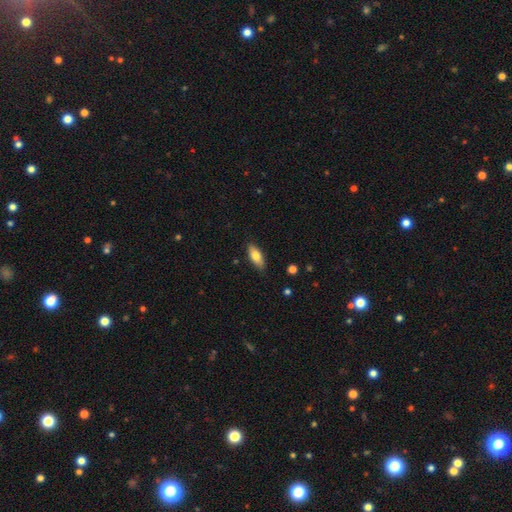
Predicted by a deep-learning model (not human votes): This appears to be a smooth galaxy with no disk features (74%) that is in between round and cigar-shaped (78%). Merging: none (85%).